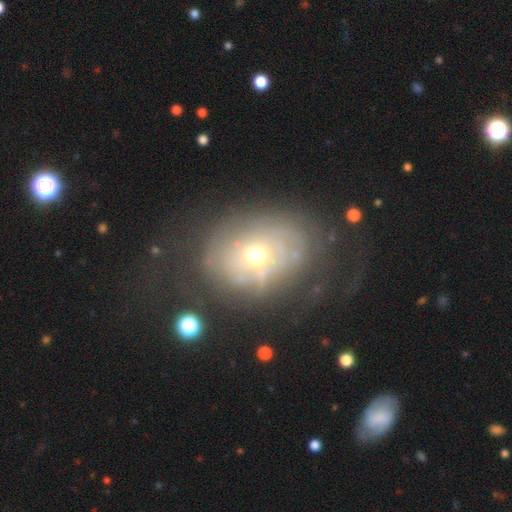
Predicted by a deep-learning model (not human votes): smooth-or-featured: featured or disk: 60% | smooth: 28% | star or artifact: 12%
  disk-edge-on: no: 94% | yes: 6%
    bar: no: 85% | weak: 11% | strong: 3%
    has-spiral-arms: no: 54% | yes: 46%
    bulge-size: moderate: 51% | small: 42% | large: 4% | dominant: 1% | none: 1%
  merging: none: 51% | major disturbance: 25% | minor disturbance: 21% | merger: 3%